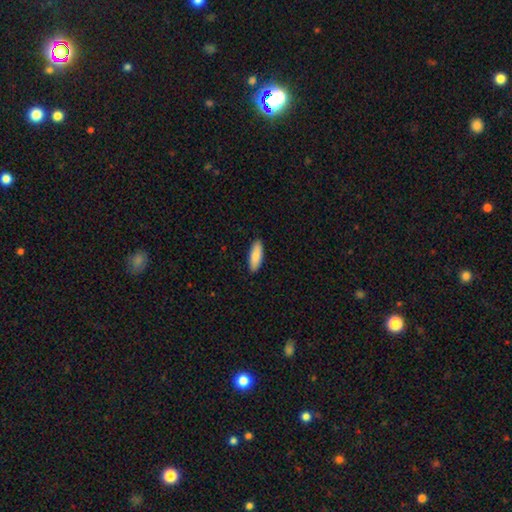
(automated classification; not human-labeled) A smooth galaxy with no disk features (88%) that is in between round and cigar-shaped (62%). Merging: none (91%).